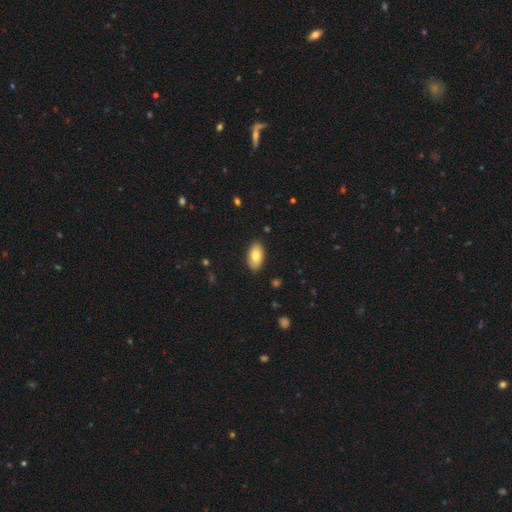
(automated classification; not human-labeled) This appears to be a smooth galaxy with no disk features (78%) that is in between round and cigar-shaped (94%). Merging: none (88%).